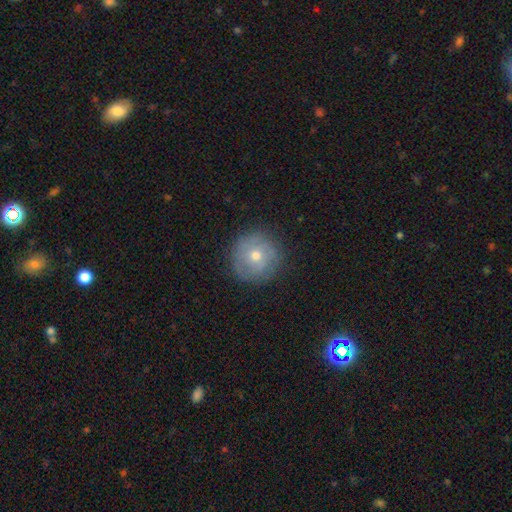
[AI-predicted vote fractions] smooth 59%, featured or disk 29%, star or artifact 12%. Down the decision tree: how rounded — round (95%); merging — none (85%).